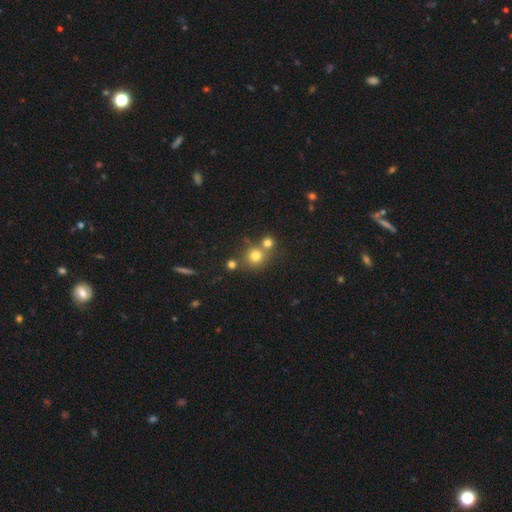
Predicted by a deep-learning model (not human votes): smooth_or_featured: smooth (p=0.75) [alt: star or artifact p=0.15]
how_rounded: round (p=0.88) [alt: in between p=0.11]
merging: none (p=0.58) [alt: merger p=0.31]